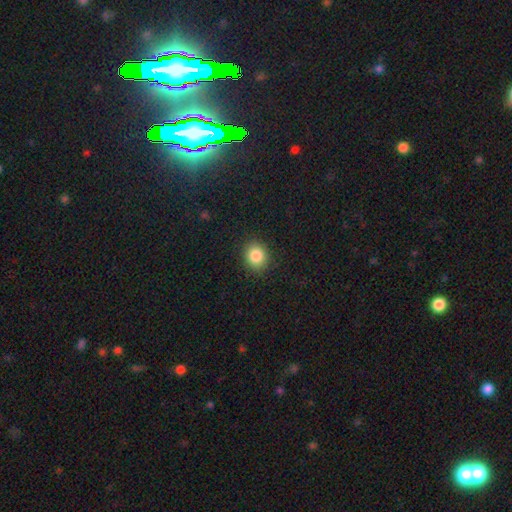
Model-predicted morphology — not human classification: Smooth or featured? Predicted: smooth (p=0.86). How rounded? Predicted: round (p=0.71). Merging? Predicted: none (p=0.89).